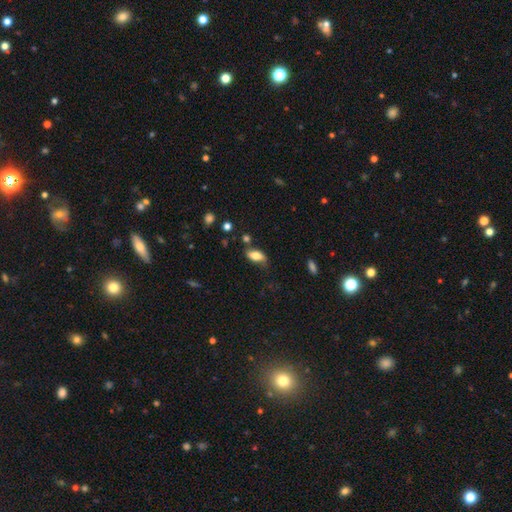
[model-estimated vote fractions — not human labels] Smooth or featured? smooth (74%)
How rounded? in between (87%)
Merging? none (54%)